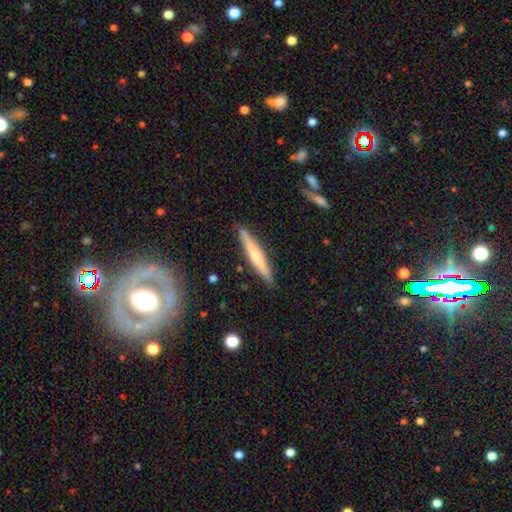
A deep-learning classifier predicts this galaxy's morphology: This appears to be a smooth galaxy with no disk features (54%) that is cigar-shaped (93%). Merging: none (88%).